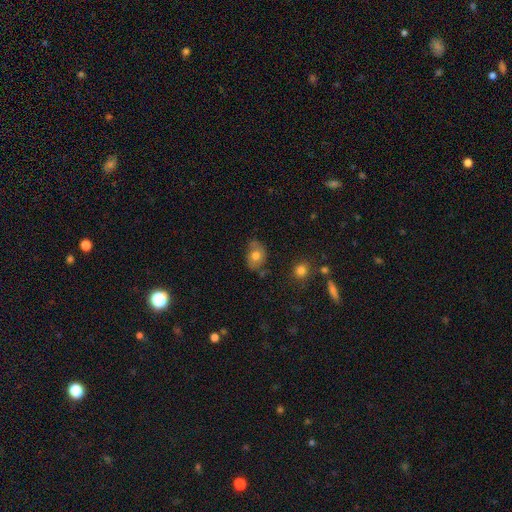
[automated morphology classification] Q: Smooth or featured?
A: smooth (60%); runner-up: featured or disk (31%)
Q: How rounded?
A: in between (65%); runner-up: round (34%)
Q: Merging?
A: none (66%); runner-up: minor disturbance (24%)